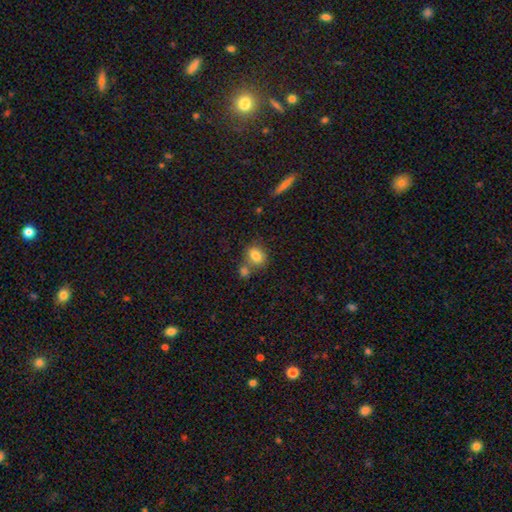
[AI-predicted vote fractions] Q: Smooth or featured?
A: smooth (81%); runner-up: star or artifact (10%)
Q: How rounded?
A: in between (52%); runner-up: round (46%)
Q: Merging?
A: none (57%); runner-up: merger (26%)